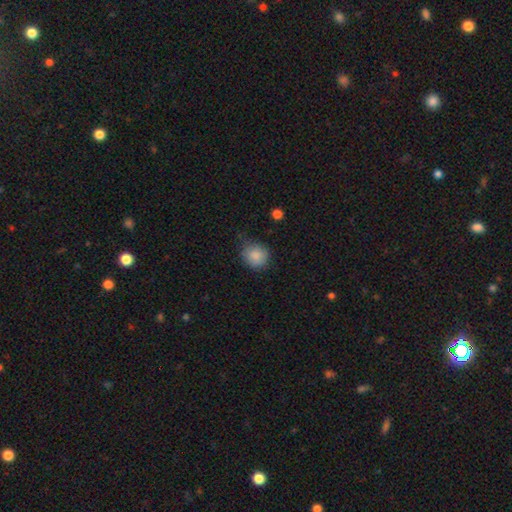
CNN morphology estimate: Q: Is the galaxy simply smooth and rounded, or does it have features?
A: smooth — 86%.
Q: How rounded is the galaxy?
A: round — 81%.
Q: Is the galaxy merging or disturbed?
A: none — 68%.